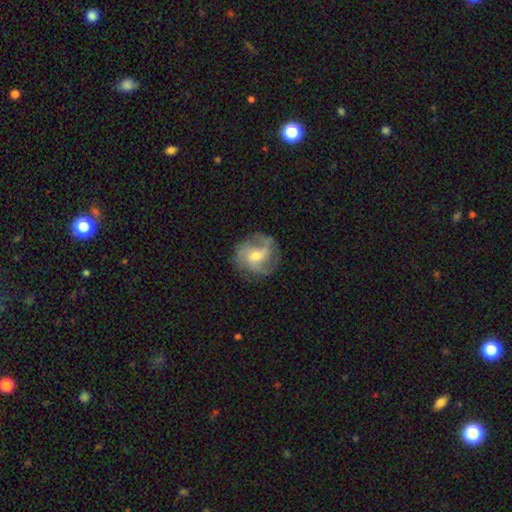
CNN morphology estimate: A featured or disk galaxy (74%) with no bar (44%, tied with weak), 3 (33%) medium (45%) spiral arms (90%) and a moderate central bulge (59%). Merging: none (71%).